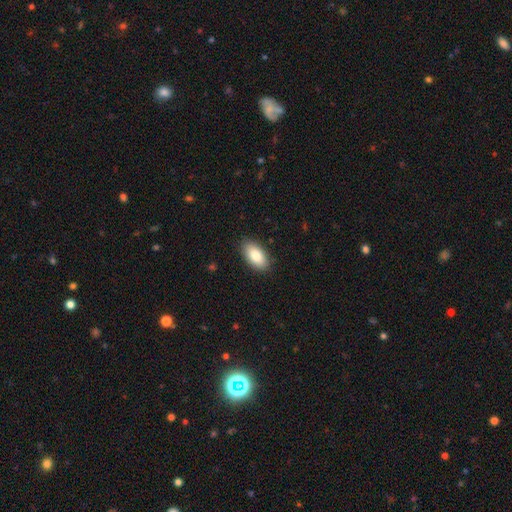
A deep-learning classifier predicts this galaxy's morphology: smooth 85%, featured or disk 9%, star or artifact 6%. Down the decision tree: how rounded — in between (94%); merging — none (88%).